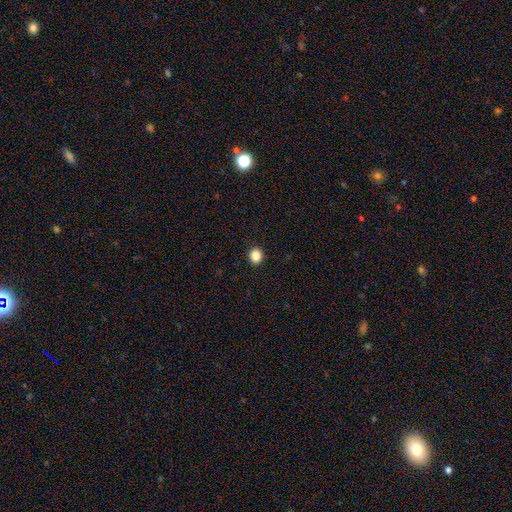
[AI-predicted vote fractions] Smooth or featured? Predicted: smooth (p=0.86). How rounded? Predicted: round (p=0.75). Merging? Predicted: none (p=0.92).